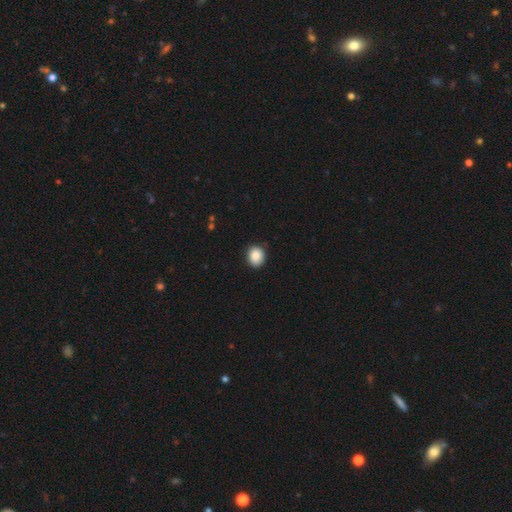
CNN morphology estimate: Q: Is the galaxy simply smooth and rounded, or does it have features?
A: smooth — 89%.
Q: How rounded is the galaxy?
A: round — 65%.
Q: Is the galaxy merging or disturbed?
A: none — 87%.